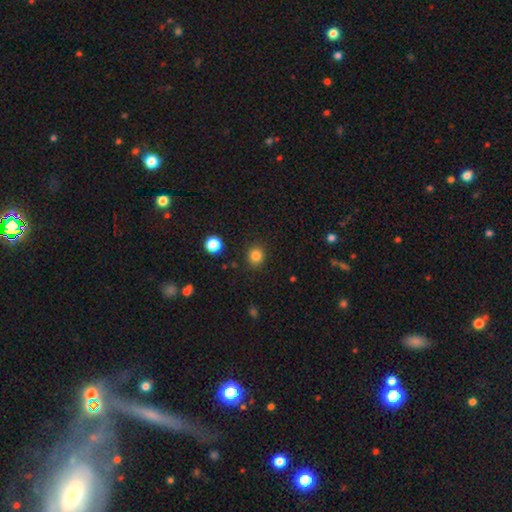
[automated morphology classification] The model was most divided on "how rounded": round: 84%, in between: 15%, cigar-shaped: 1%. More confident: merging — none (89%); smooth or featured — smooth (83%).